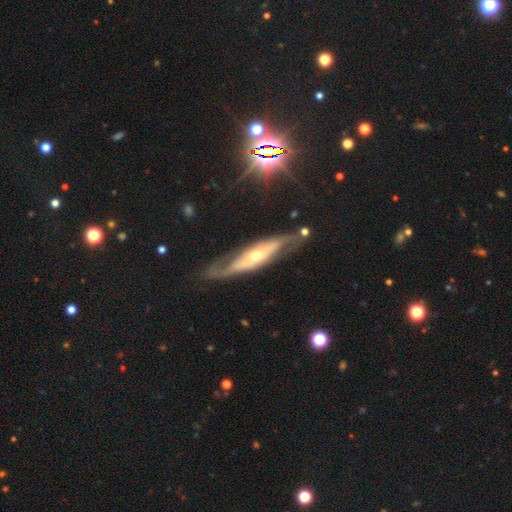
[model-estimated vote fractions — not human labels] Q: Smooth or featured?
A: featured or disk (77%); runner-up: smooth (16%)
Q: Edge-on disk?
A: no (61%); runner-up: yes (39%)
Q: Merging?
A: none (68%); runner-up: minor disturbance (19%)